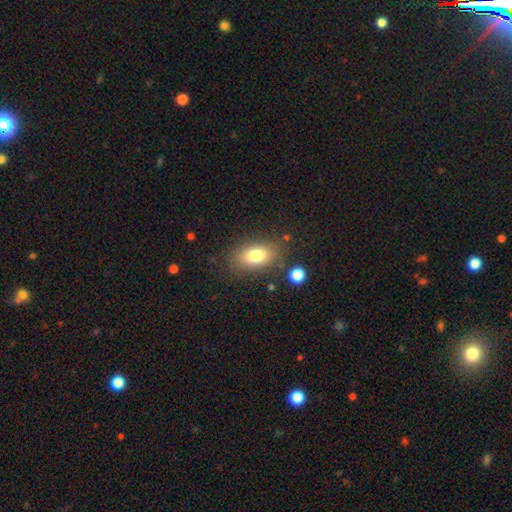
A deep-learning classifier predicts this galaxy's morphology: Q: Smooth or featured?
A: smooth (78%); runner-up: featured or disk (13%)
Q: How rounded?
A: in between (86%); runner-up: round (11%)
Q: Merging?
A: none (80%); runner-up: minor disturbance (12%)